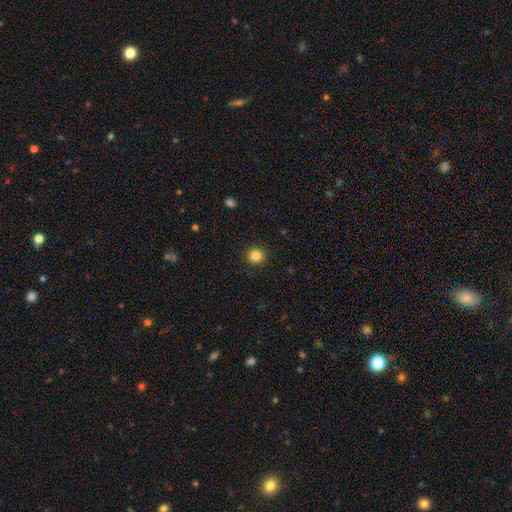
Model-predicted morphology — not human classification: A smooth galaxy with no disk features (84%) that is round (94%).

Vote fractions:
- Smooth or featured? smooth: 84% / star or artifact: 12% / featured or disk: 4%
- How rounded? round: 94% / in between: 6% / cigar-shaped: 1%
- Merging? none: 92% / minor disturbance: 5% / major disturbance: 2% / merger: 1%